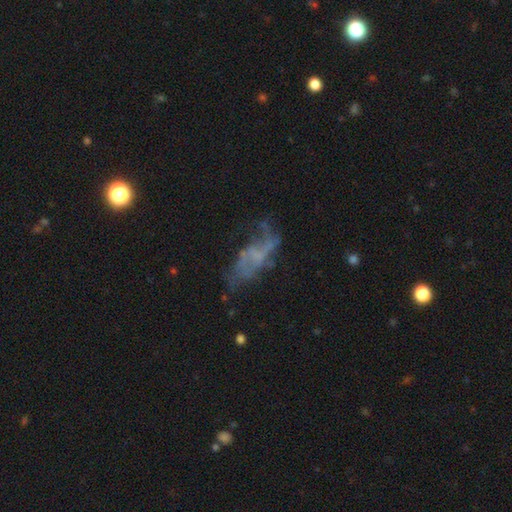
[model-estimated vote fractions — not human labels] A featured or disk galaxy (61%) with no bar (69%), spiral arms (51%) and no central bulge (74%).

Vote fractions:
- Smooth or featured? featured or disk: 61% / smooth: 23% / star or artifact: 16%
- Edge-on disk? no: 91% / yes: 9%
- Bar? no: 69% / weak: 23% / strong: 8%
- Spiral arms? yes: 51% / no: 49%
- Bulge size? none: 74% / small: 16% / moderate: 7% / large: 2% / dominant: 1%
- Merging? none: 43% / major disturbance: 31% / minor disturbance: 21% / merger: 6%